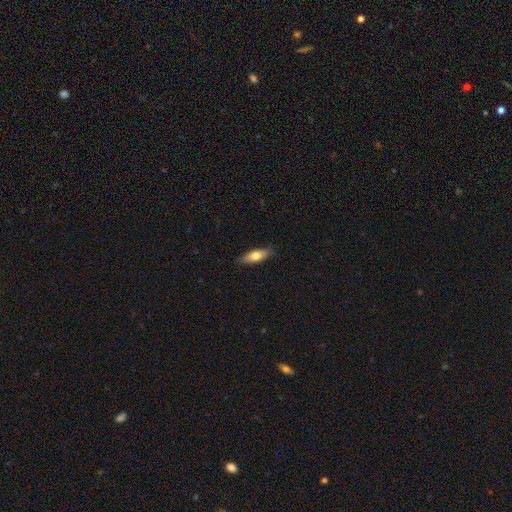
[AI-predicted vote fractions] This is likely a smooth galaxy (70%). How rounded: possibly in between (54%). Merging: clearly none (87%).